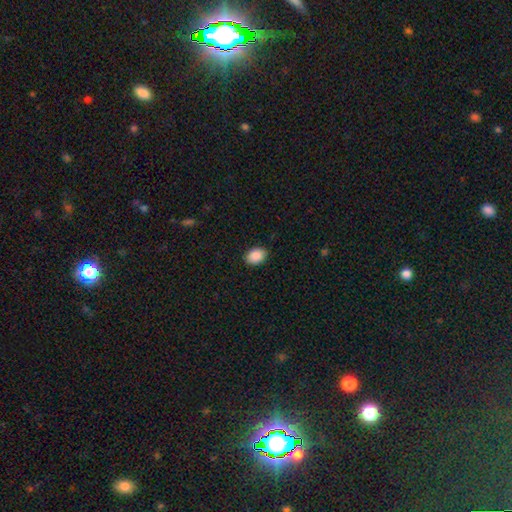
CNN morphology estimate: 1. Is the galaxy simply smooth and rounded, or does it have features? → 90% smooth, 7% star or artifact, 3% featured or disk.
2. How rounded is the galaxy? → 76% in between, 23% round, 1% cigar-shaped.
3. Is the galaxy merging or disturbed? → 88% none, 9% minor disturbance, 2% major disturbance, 1% merger.